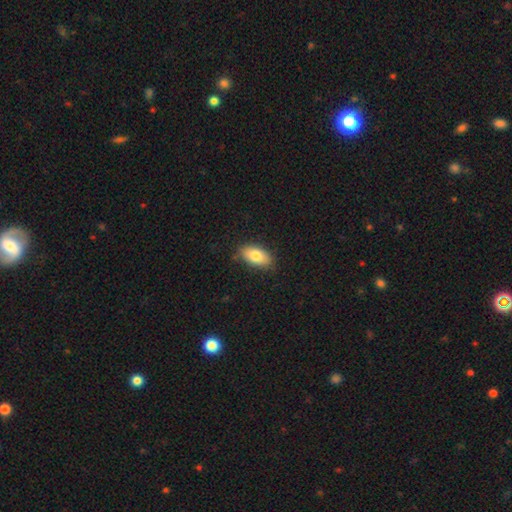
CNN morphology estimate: smooth 81%, featured or disk 12%, star or artifact 7%. Down the decision tree: how rounded — in between (92%); merging — none (84%).